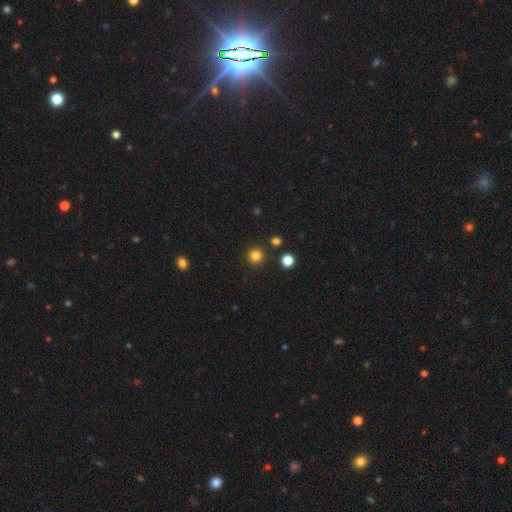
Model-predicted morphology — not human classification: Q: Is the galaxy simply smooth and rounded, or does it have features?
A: smooth — 82%.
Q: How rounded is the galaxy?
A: round — 95%.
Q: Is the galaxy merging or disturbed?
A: none — 90%.